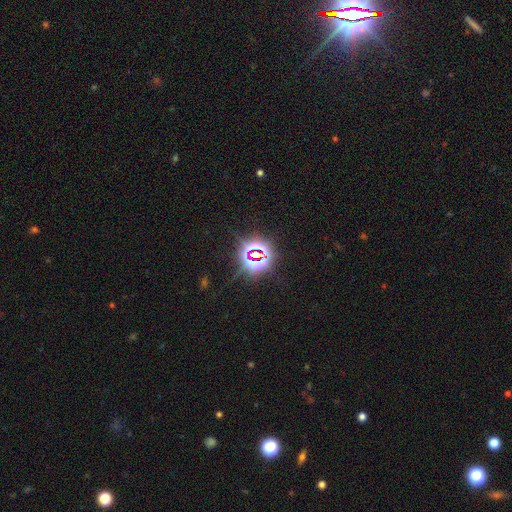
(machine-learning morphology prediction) This is clearly a star or artifact rather than a galaxy (80%).